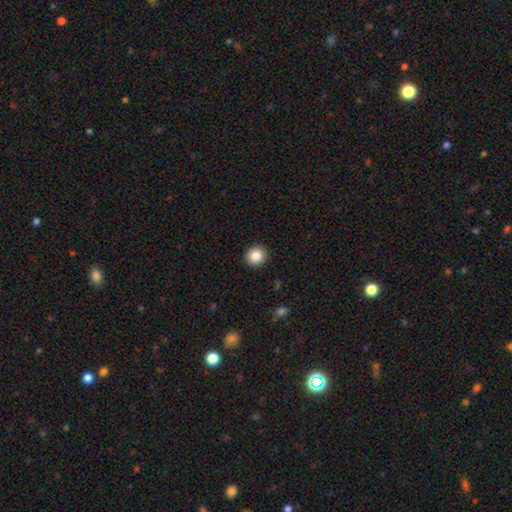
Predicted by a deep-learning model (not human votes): Smooth or featured? Predicted: smooth (p=0.85). How rounded? Predicted: round (p=0.91). Merging? Predicted: none (p=0.93).